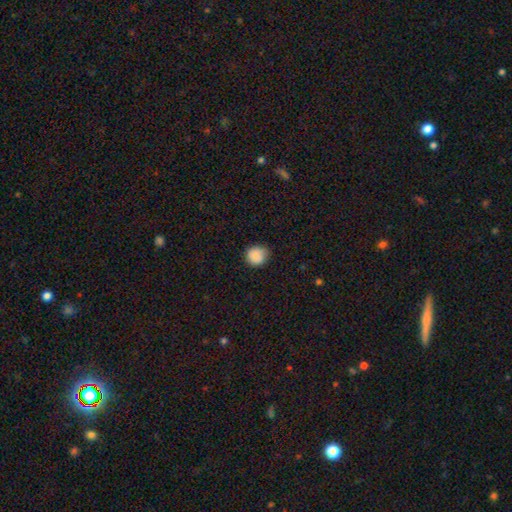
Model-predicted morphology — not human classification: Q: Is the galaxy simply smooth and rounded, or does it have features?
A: smooth — 87%.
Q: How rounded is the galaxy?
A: round — 87%.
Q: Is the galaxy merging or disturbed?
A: none — 77%.